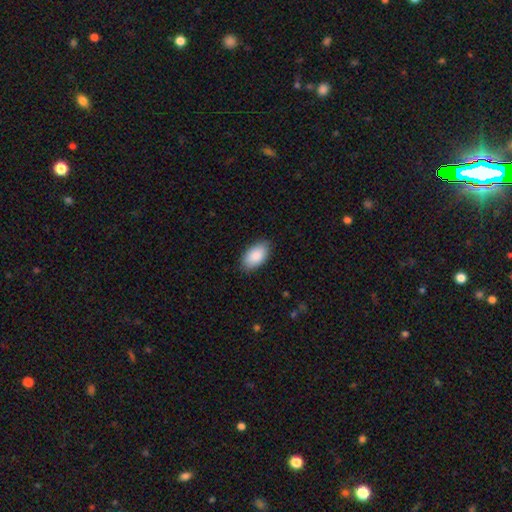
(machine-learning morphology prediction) This is clearly a smooth galaxy (89%). How rounded: clearly in between (95%). Merging: clearly none (86%).